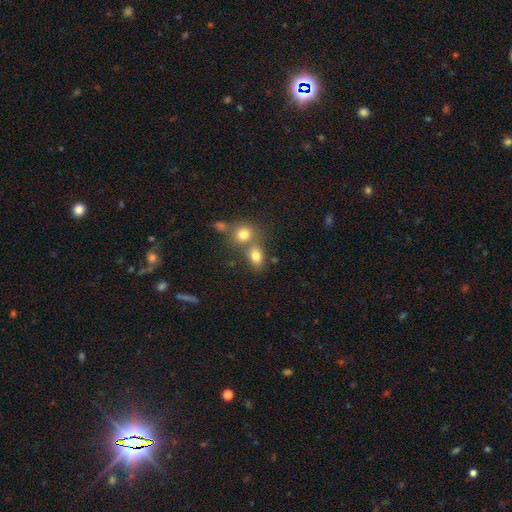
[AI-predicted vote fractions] smooth 79%, star or artifact 12%, featured or disk 10%. Down the decision tree: how rounded — in between (63%); merging — none (47%).